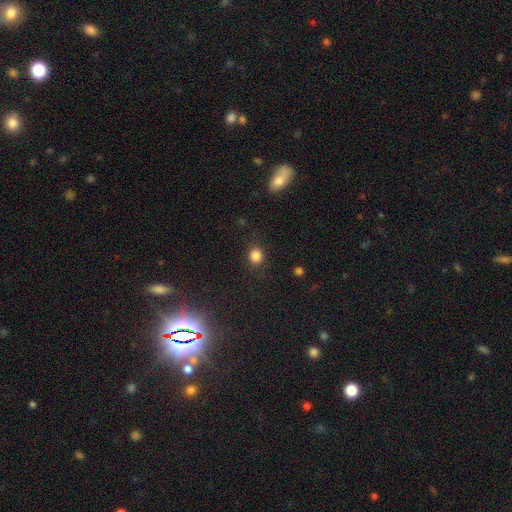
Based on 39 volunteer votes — Smooth or featured?
  - smooth: 90% *
  - star or artifact: 8%
  - featured or disk: 3%
How rounded?
  - round: 91% *
  - in between: 9%
  - cigar-shaped: 0%
Merging?
  - none: 78% *
  - minor disturbance: 14%
  - major disturbance: 8%
  - merger: 0%